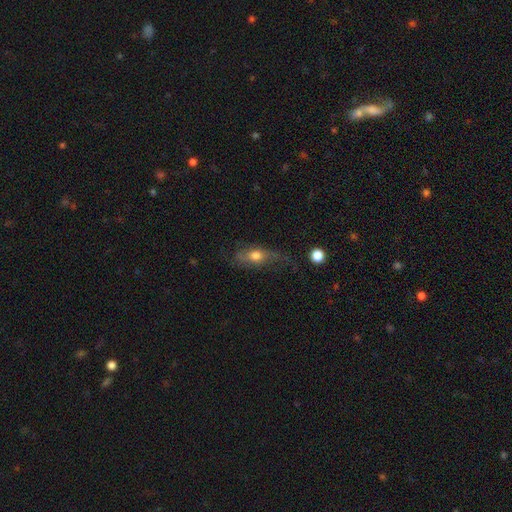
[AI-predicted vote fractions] Morphology: type=smooth (59%); roundness=in between (65%); merging=none (47%).